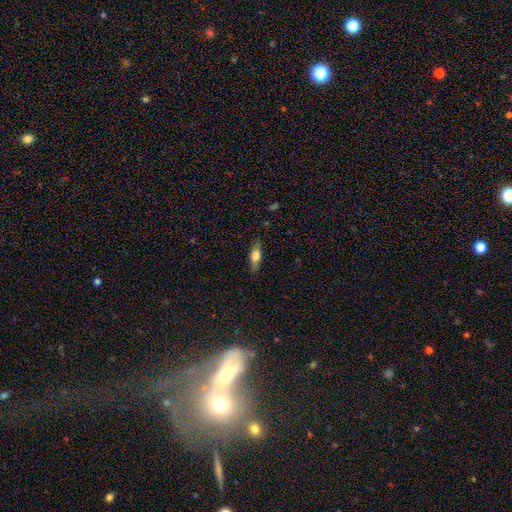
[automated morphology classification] Smooth or featured: smooth — 63% (featured or disk — 30%)
How rounded: in between — 54% (cigar-shaped — 42%)
Merging: none — 83% (minor disturbance — 13%)